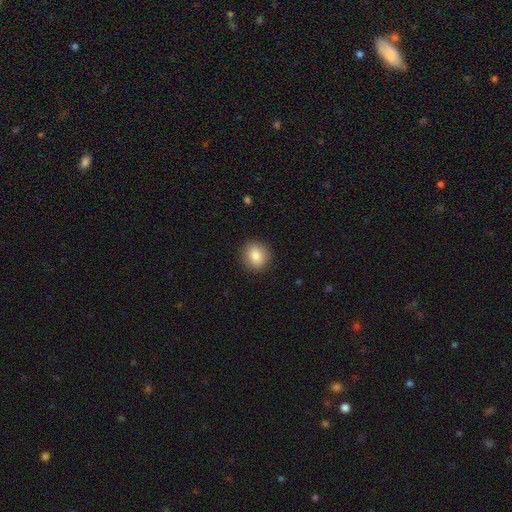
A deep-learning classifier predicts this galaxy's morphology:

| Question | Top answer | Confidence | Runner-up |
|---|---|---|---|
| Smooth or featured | smooth | 85% | star or artifact (9%) |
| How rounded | round | 82% | in between (17%) |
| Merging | none | 90% | minor disturbance (7%) |